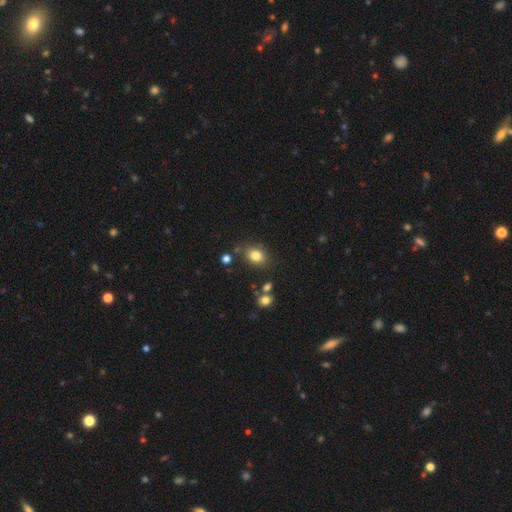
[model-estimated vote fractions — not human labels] The model was most divided on "how rounded": in between: 53%, round: 46%, cigar-shaped: 1%. More confident: smooth or featured — smooth (81%); merging — none (78%).